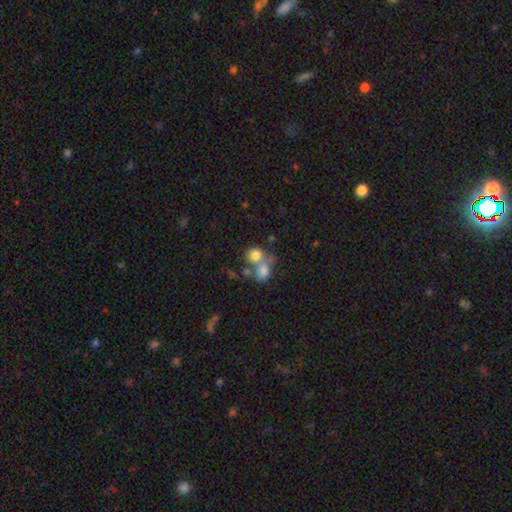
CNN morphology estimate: Overall: smooth (76%). How rounded: round (70%). Merging: merger (53%; none 32%).